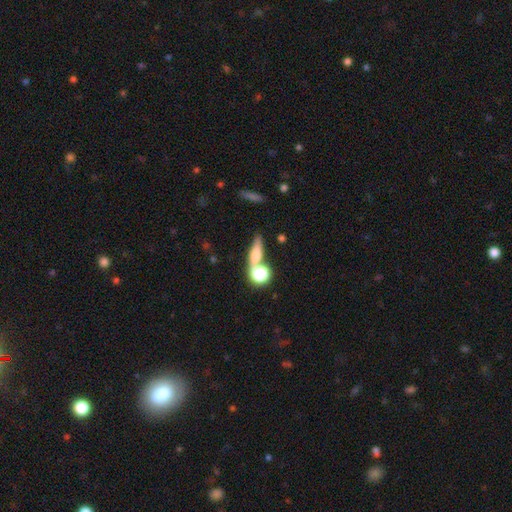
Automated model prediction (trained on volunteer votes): Morphology: type=smooth (60%); roundness=cigar-shaped (45%); merging=none (56%).